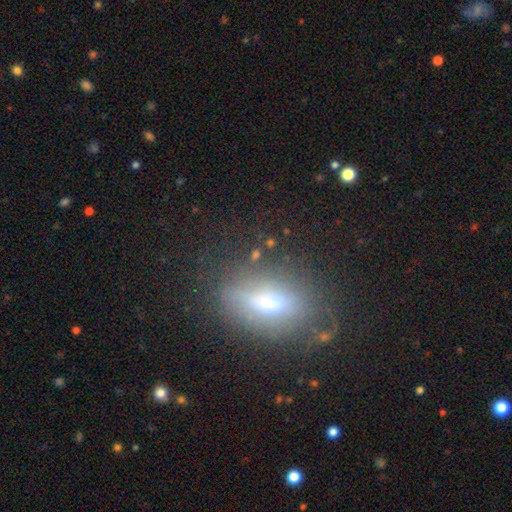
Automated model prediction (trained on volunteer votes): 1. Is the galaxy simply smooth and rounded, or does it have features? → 49% smooth, 35% featured or disk, 15% star or artifact.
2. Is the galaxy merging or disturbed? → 67% none, 19% minor disturbance, 10% major disturbance, 4% merger.